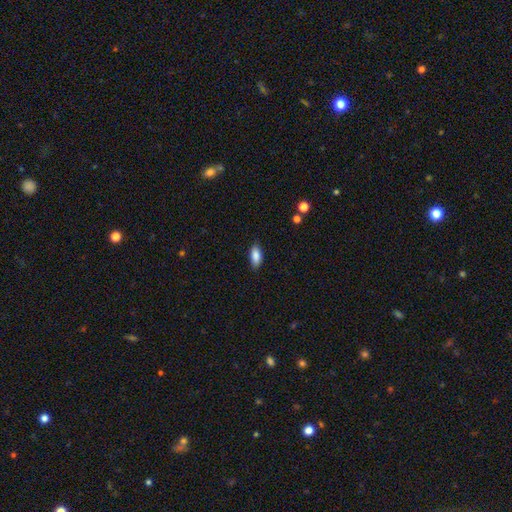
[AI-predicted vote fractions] Smooth or featured: smooth — 87% (star or artifact — 7%)
How rounded: in between — 86% (cigar-shaped — 12%)
Merging: none — 84% (minor disturbance — 13%)